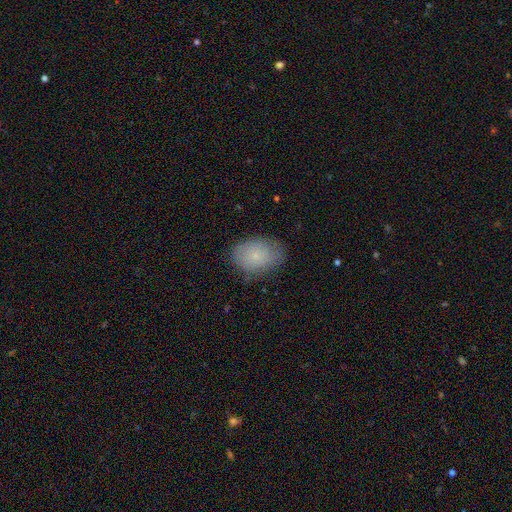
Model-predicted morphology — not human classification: Q: Smooth or featured?
A: smooth (75%); runner-up: featured or disk (17%)
Q: How rounded?
A: in between (77%); runner-up: round (21%)
Q: Merging?
A: none (75%); runner-up: minor disturbance (19%)